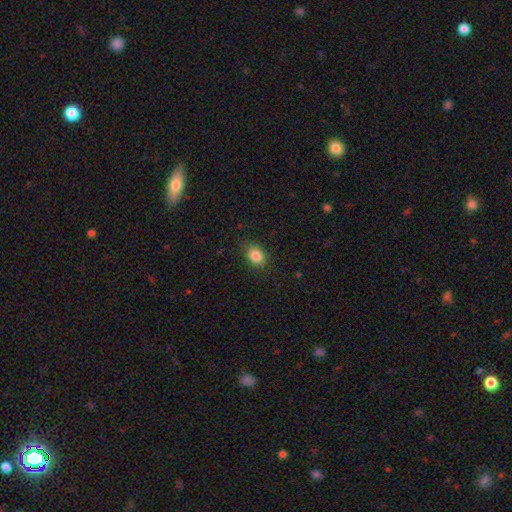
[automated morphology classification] smooth_or_featured: smooth (p=0.86) [alt: star or artifact p=0.09]
how_rounded: in between (p=0.73) [alt: round p=0.26]
merging: none (p=0.85) [alt: minor disturbance p=0.11]